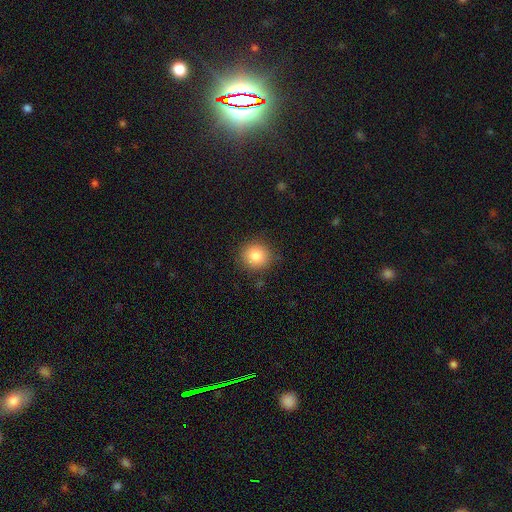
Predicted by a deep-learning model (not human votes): Smooth or featured? smooth (85%)
How rounded? round (88%)
Merging? none (87%)